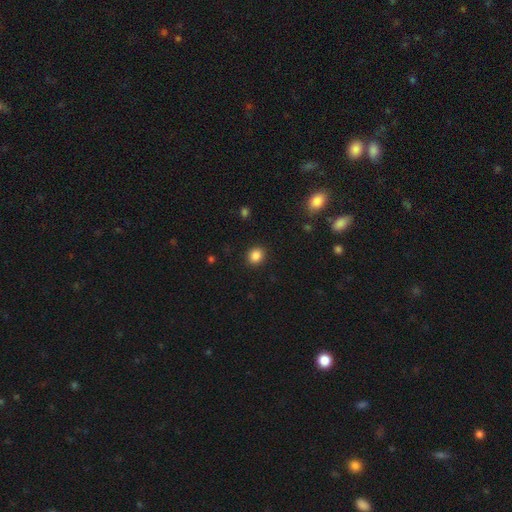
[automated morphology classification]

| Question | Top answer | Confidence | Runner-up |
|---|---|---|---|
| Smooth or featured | smooth | 86% | star or artifact (10%) |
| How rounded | round | 76% | in between (23%) |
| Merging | none | 91% | minor disturbance (6%) |